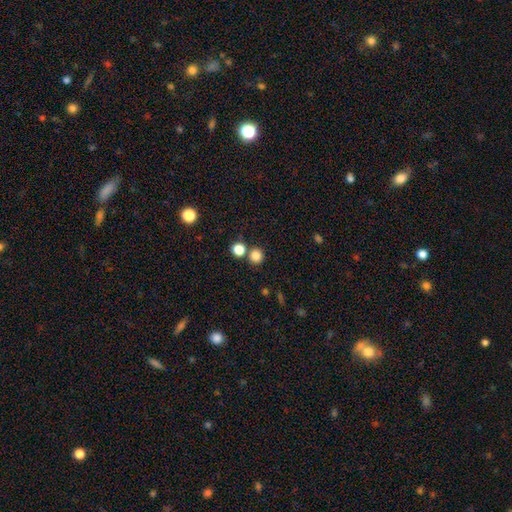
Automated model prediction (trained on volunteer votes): Smooth or featured: smooth — 83% (star or artifact — 13%)
How rounded: round — 91% (in between — 8%)
Merging: none — 76% (merger — 16%)